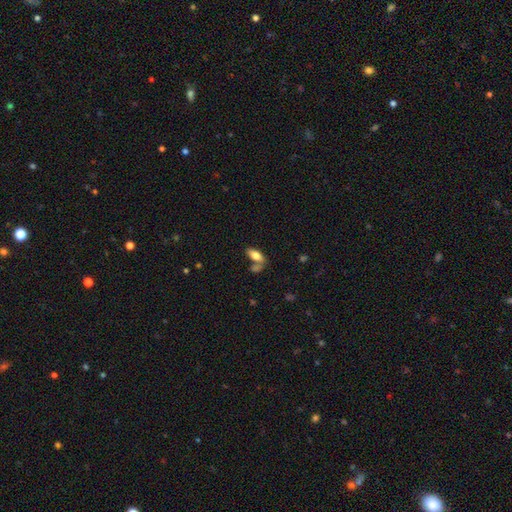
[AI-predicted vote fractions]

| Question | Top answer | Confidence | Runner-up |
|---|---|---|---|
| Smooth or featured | smooth | 78% | featured or disk (14%) |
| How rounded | in between | 87% | cigar-shaped (10%) |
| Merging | none | 51% | merger (31%) |